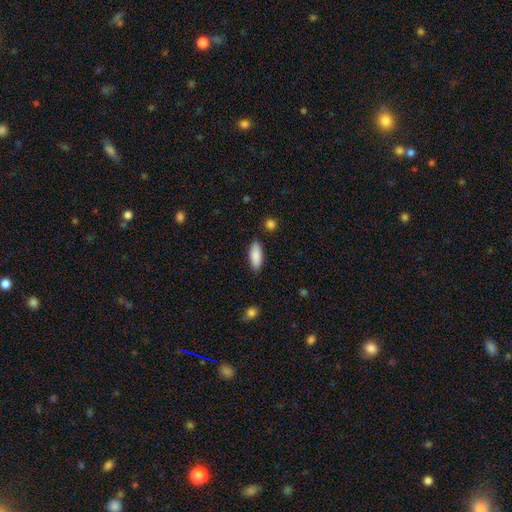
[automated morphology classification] Q: Smooth or featured?
A: smooth (87%); runner-up: featured or disk (7%)
Q: How rounded?
A: in between (74%); runner-up: cigar-shaped (24%)
Q: Merging?
A: none (85%); runner-up: minor disturbance (11%)